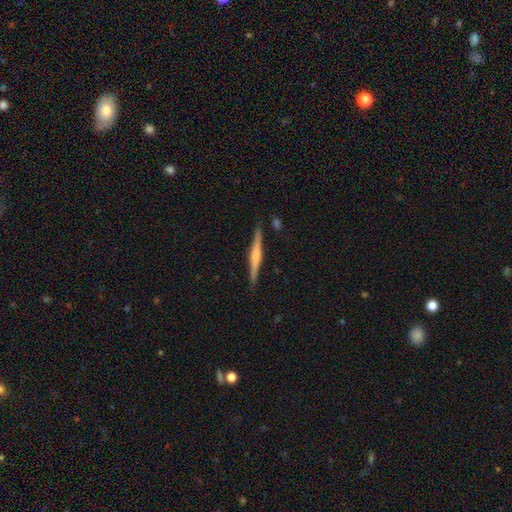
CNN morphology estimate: Overall: featured or disk (70%). Edge-on disk: yes (98%). Edge-on bulge: rounded (68%). Merging: none (90%).